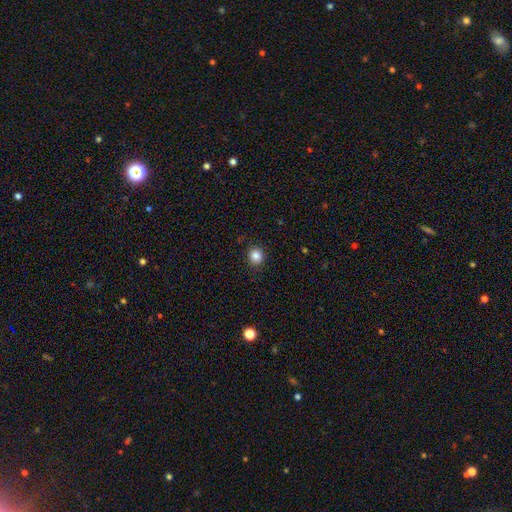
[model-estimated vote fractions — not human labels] Smooth or featured?
  - smooth: 85% *
  - star or artifact: 11%
  - featured or disk: 4%
How rounded?
  - round: 88% *
  - in between: 11%
  - cigar-shaped: 1%
Merging?
  - none: 90% *
  - minor disturbance: 7%
  - major disturbance: 2%
  - merger: 1%